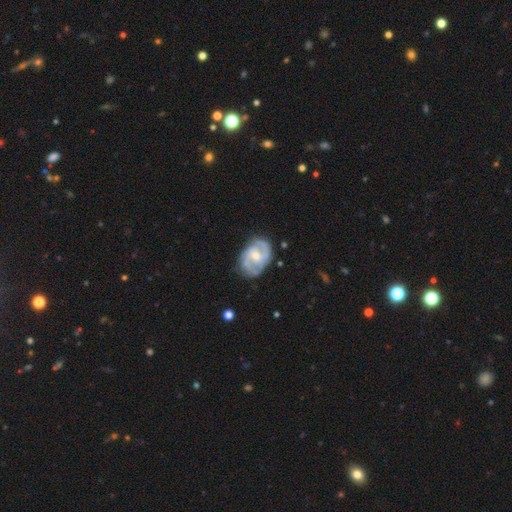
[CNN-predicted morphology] smooth_or_featured: featured or disk (p=0.82) [alt: smooth p=0.13]
disk_edge_on: no (p=0.97) [alt: yes p=0.03]
bar: no (p=0.49) [alt: weak p=0.43]
has_spiral_arms: yes (p=0.93) [alt: no p=0.07]
spiral_winding: medium (p=0.48) [alt: tight p=0.37]
spiral_arm_count: 2 (p=0.66) [alt: can't tell p=0.14]
bulge_size: small (p=0.48) [alt: moderate p=0.47]
merging: none (p=0.70) [alt: minor disturbance p=0.21]